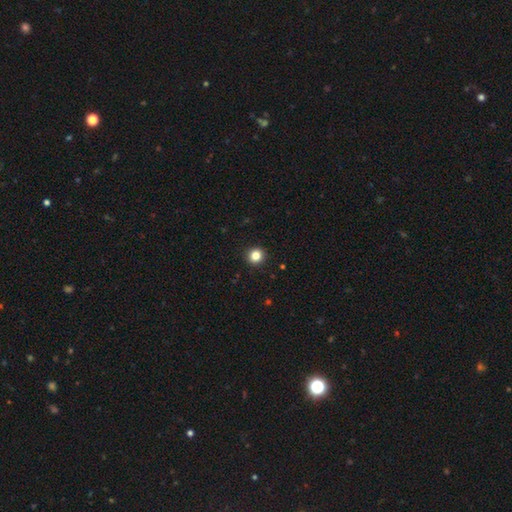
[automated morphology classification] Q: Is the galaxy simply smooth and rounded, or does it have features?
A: smooth — 84%.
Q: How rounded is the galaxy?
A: round — 93%.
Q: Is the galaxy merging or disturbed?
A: none — 93%.